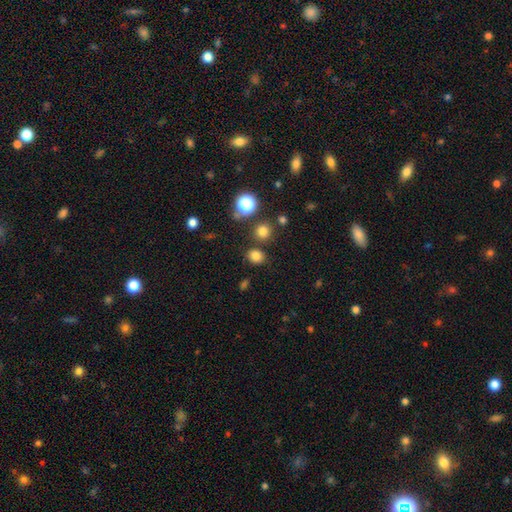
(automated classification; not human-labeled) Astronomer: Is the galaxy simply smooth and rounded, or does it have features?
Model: smooth — 79%.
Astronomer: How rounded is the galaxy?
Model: round — 69%.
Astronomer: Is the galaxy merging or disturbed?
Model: none — 80%.